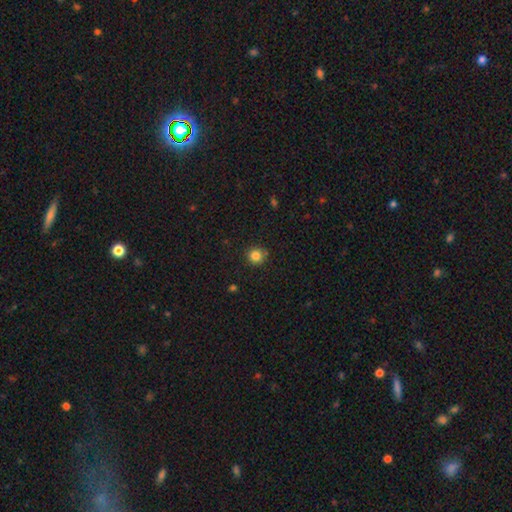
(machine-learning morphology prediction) Q: Smooth or featured?
A: smooth (84%); runner-up: star or artifact (12%)
Q: How rounded?
A: round (94%); runner-up: in between (5%)
Q: Merging?
A: none (87%); runner-up: minor disturbance (9%)